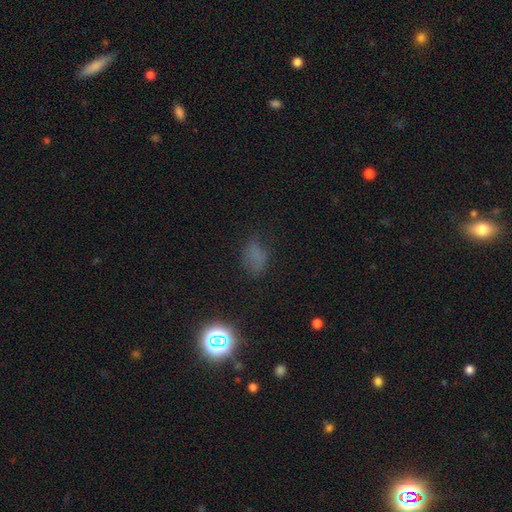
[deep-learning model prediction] A smooth galaxy with no disk features (60%) that is in between round and cigar-shaped (76%). Merging: none (61%).